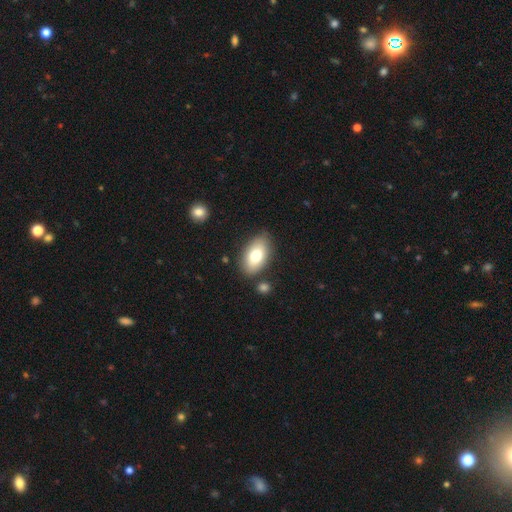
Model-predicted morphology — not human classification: smooth-or-featured: smooth: 75% | featured or disk: 18% | star or artifact: 7%
  how-rounded: in between: 93% | round: 5% | cigar-shaped: 2%
  merging: none: 81% | minor disturbance: 12% | merger: 4% | major disturbance: 3%